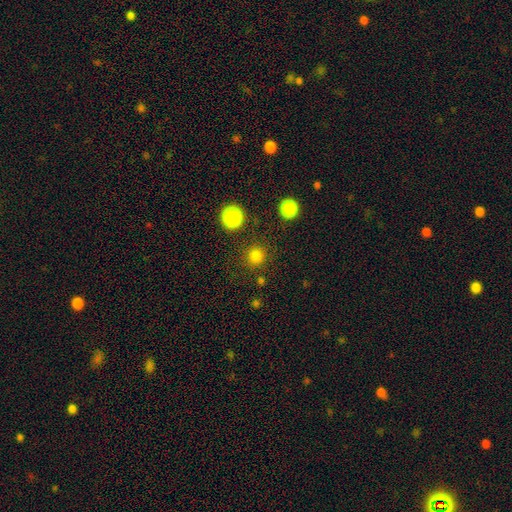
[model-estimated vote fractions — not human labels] Morphology: type=smooth (79%); roundness=round (94%); merging=none (88%).